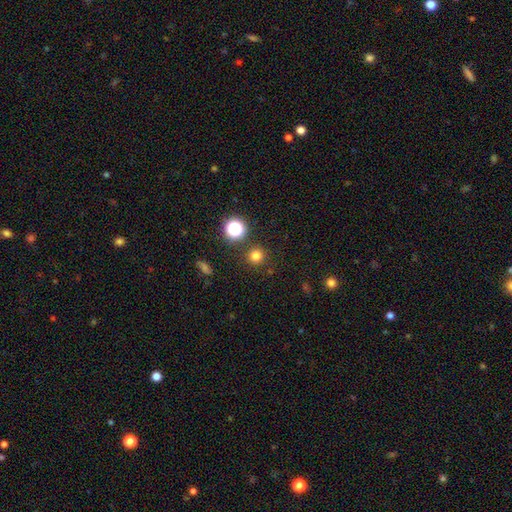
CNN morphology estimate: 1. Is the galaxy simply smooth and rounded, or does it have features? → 77% smooth, 18% star or artifact, 5% featured or disk.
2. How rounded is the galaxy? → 95% round, 4% in between, 1% cigar-shaped.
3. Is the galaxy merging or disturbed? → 89% none, 6% minor disturbance, 3% merger, 2% major disturbance.